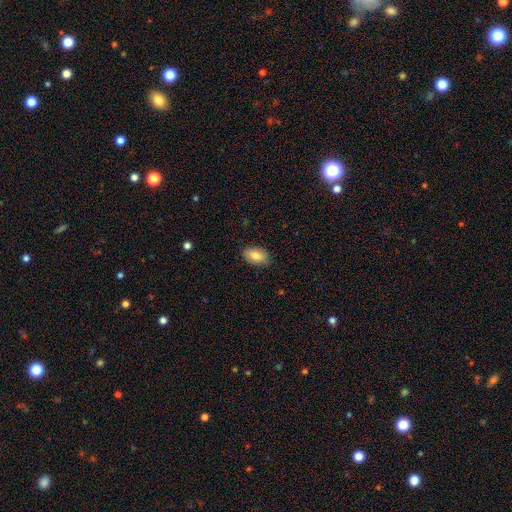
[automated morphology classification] Smooth or featured?
  - smooth: 84% *
  - featured or disk: 10%
  - star or artifact: 7%
How rounded?
  - in between: 93% *
  - round: 5%
  - cigar-shaped: 2%
Merging?
  - none: 85% *
  - minor disturbance: 11%
  - major disturbance: 2%
  - merger: 1%